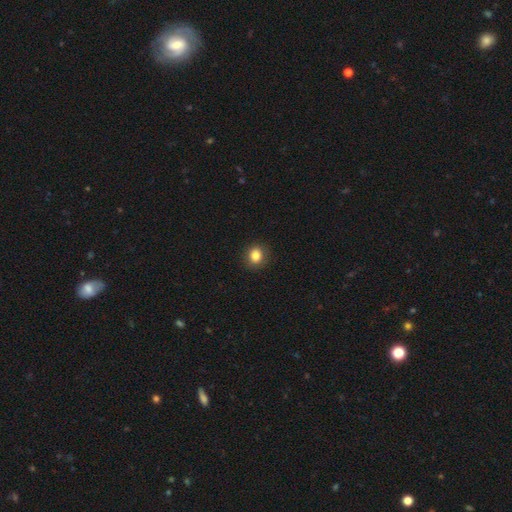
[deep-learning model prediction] Q: Smooth or featured?
A: smooth (84%); runner-up: star or artifact (10%)
Q: How rounded?
A: round (74%); runner-up: in between (25%)
Q: Merging?
A: none (89%); runner-up: minor disturbance (8%)